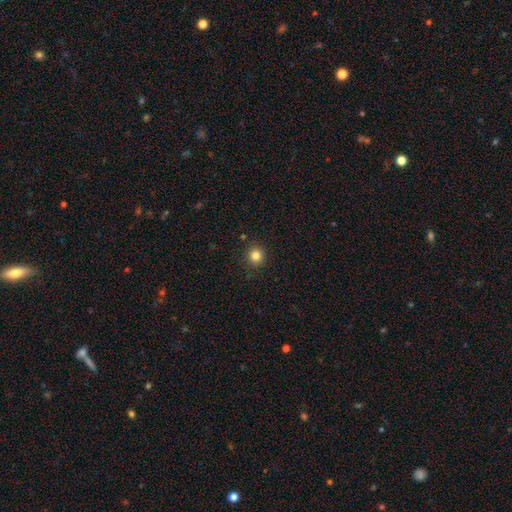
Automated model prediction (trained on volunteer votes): A smooth galaxy with no disk features (82%) that is round (92%). Merging: none (90%).